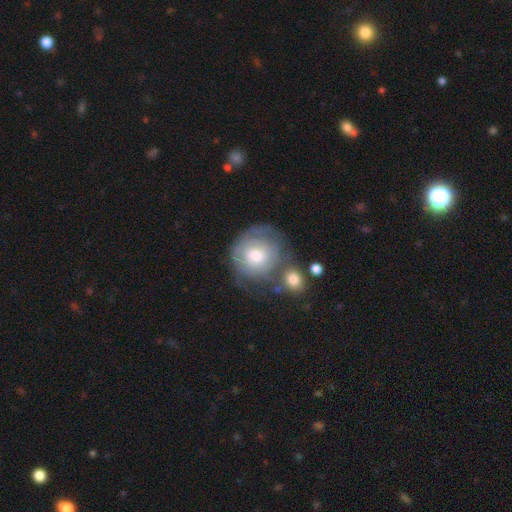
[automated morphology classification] Q: Smooth or featured?
A: featured or disk (49%); runner-up: smooth (44%)
Q: Merging?
A: none (53%); runner-up: minor disturbance (19%)